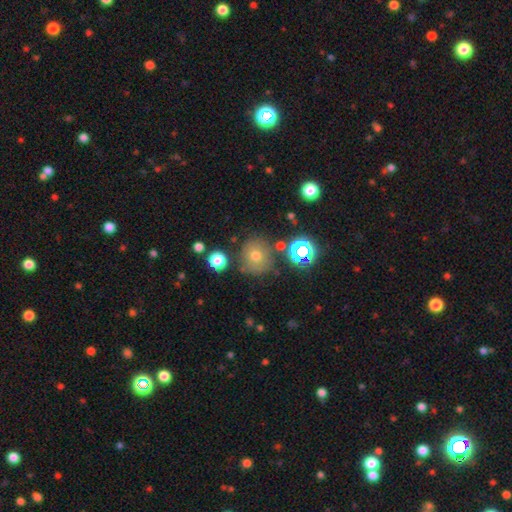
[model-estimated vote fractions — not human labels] A smooth galaxy with no disk features (68%) that is round (90%). Merging: none (74%).